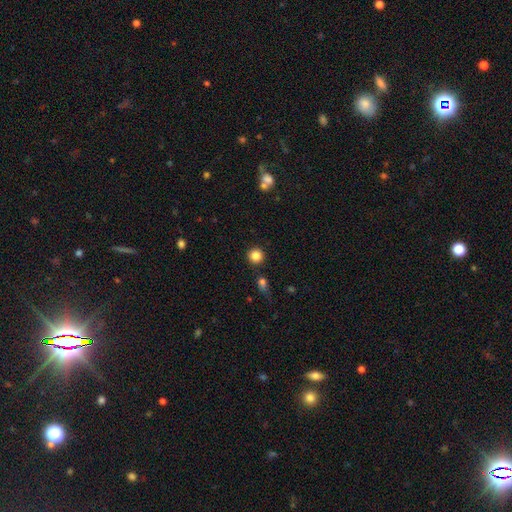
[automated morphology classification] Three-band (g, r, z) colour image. It shows a smooth galaxy with no disk features (84%) that is round (94%). Merging: none (88%).